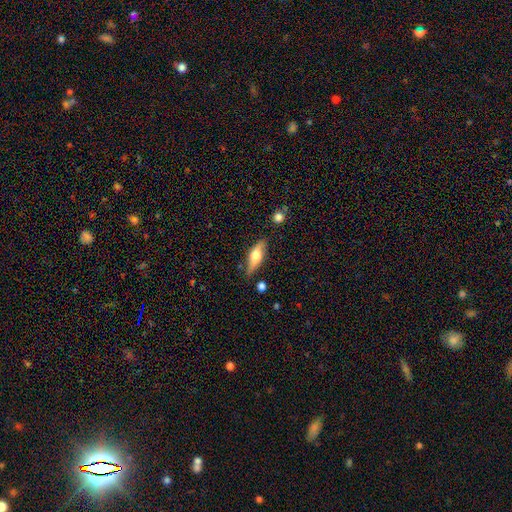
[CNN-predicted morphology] The model was most divided on "smooth or featured": smooth: 48%, featured or disk: 45%, star or artifact: 6%. More confident: merging — none (76%).